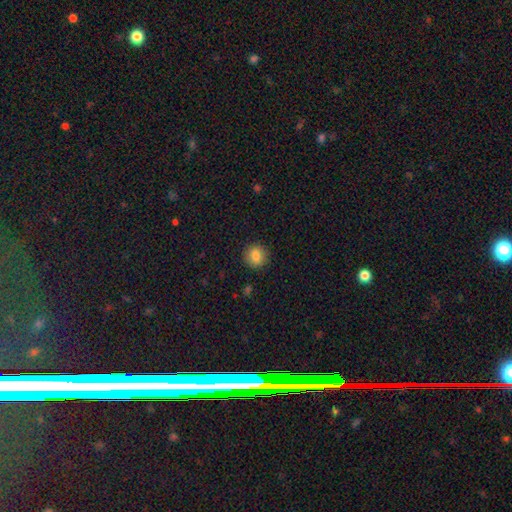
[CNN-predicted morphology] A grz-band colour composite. It shows a smooth galaxy with no disk features (84%) that is round (90%). Merging: none (90%).